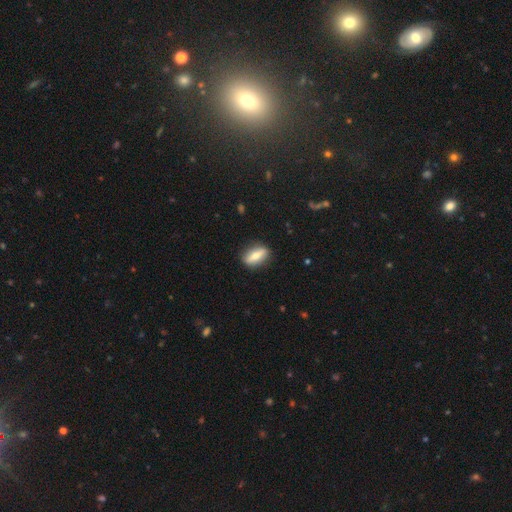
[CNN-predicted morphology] This appears to be a smooth galaxy with no disk features (58%) that is in between round and cigar-shaped (63%). Merging: none (86%).